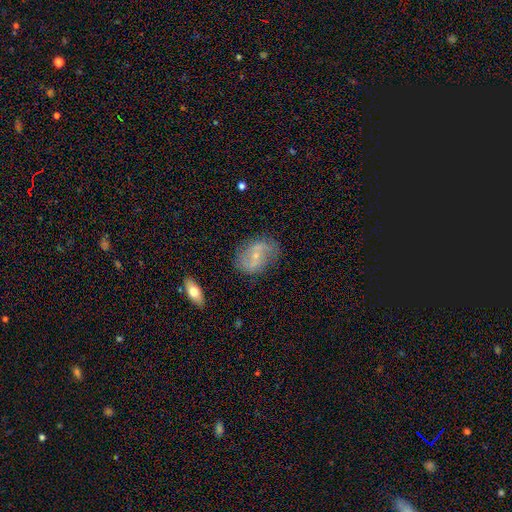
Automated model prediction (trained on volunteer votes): smooth-or-featured: featured or disk: 72% | smooth: 20% | star or artifact: 8%
  disk-edge-on: no: 96% | yes: 4%
    bar: weak: 43% | no: 40% | strong: 18%
    has-spiral-arms: yes: 87% | no: 13%
      spiral-winding: loose: 54% | medium: 33% | tight: 12%
      spiral-arm-count: 2: 87% | can't tell: 8% | 1: 2% | 3: 2% | 4: 1% | more than 4: 1%
    bulge-size: small: 73% | moderate: 22% | none: 4% | large: 1% | dominant: 1%
  merging: none: 71% | minor disturbance: 19% | major disturbance: 7% | merger: 3%